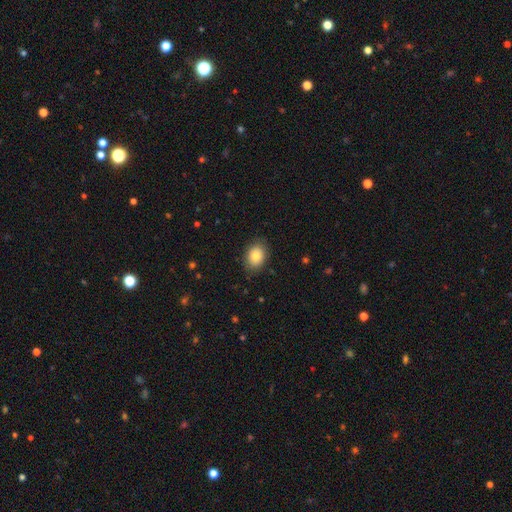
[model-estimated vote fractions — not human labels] smooth_or_featured: smooth (p=0.82) [alt: featured or disk p=0.10]
how_rounded: in between (p=0.67) [alt: round p=0.32]
merging: none (p=0.84) [alt: minor disturbance p=0.12]